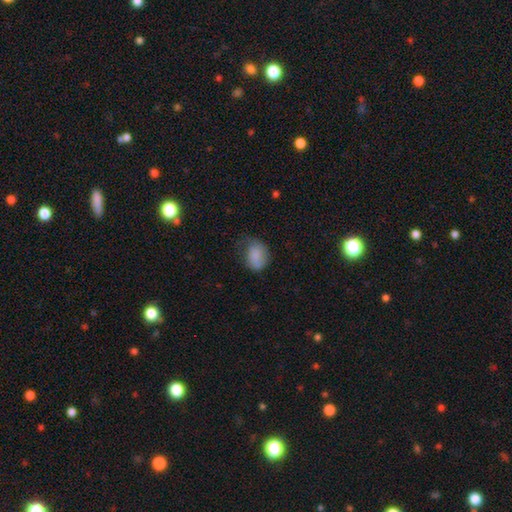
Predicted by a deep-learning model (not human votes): A smooth galaxy with no disk features (82%) that is in between round and cigar-shaped (67%).

Vote fractions:
- Smooth or featured? smooth: 82% / featured or disk: 11% / star or artifact: 8%
- How rounded? in between: 67% / round: 32% / cigar-shaped: 1%
- Merging? none: 46% / minor disturbance: 36% / major disturbance: 17% / merger: 2%